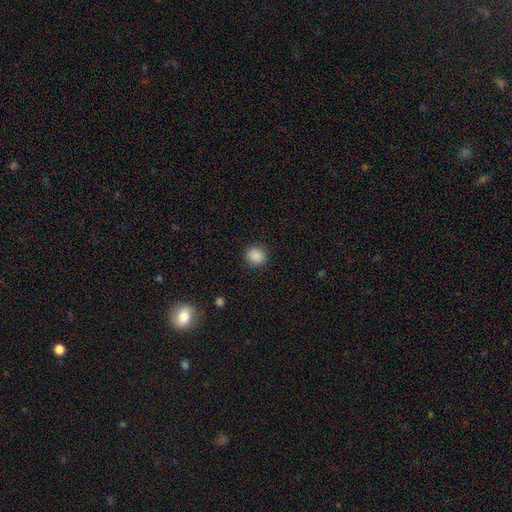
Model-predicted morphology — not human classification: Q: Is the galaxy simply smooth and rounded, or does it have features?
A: smooth — 88%.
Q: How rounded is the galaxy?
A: round — 89%.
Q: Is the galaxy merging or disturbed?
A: none — 91%.